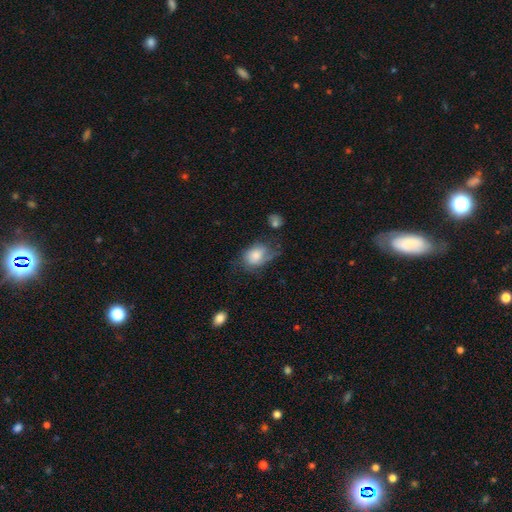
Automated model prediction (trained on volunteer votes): The model was most divided on "merging": none: 36%, minor disturbance: 33%, major disturbance: 25%, merger: 5%. More confident: how rounded — in between (72%); smooth or featured — smooth (71%).